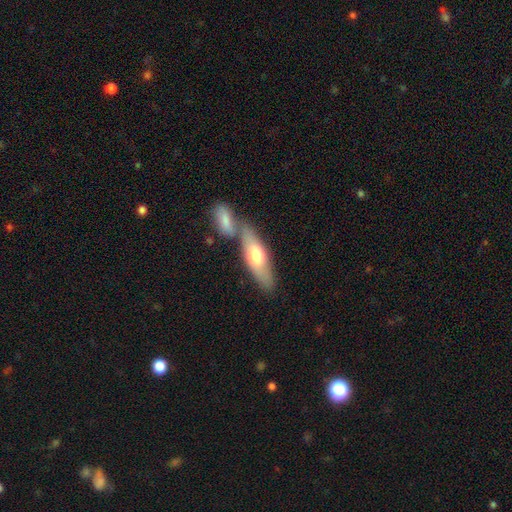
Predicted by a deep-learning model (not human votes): smooth 62%, featured or disk 34%, star or artifact 5%. Down the decision tree: how rounded — in between (54%); merging — none (49%).